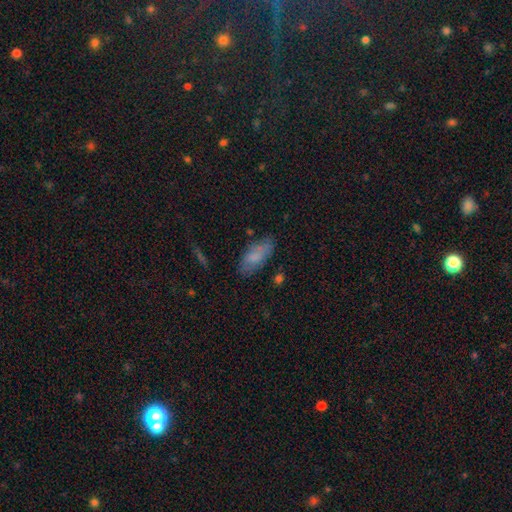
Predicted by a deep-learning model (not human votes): A smooth galaxy with no disk features (76%) that is in between round and cigar-shaped (84%).

Vote fractions:
- Smooth or featured? smooth: 76% / featured or disk: 16% / star or artifact: 7%
- How rounded? in between: 84% / cigar-shaped: 14% / round: 2%
- Merging? none: 72% / minor disturbance: 21% / major disturbance: 5% / merger: 3%